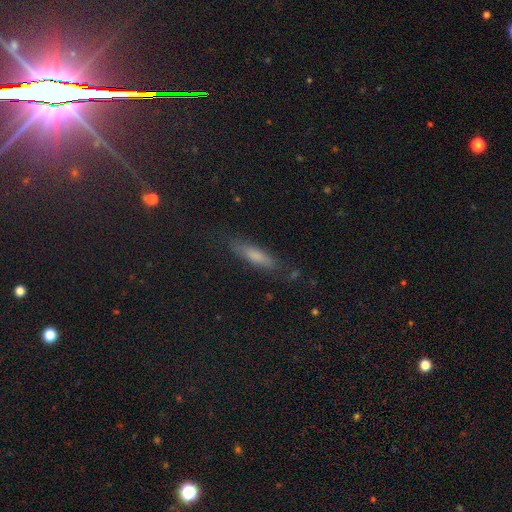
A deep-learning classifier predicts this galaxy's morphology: smooth_or_featured: smooth (p=0.69) [alt: featured or disk p=0.21]
how_rounded: cigar-shaped (p=0.72) [alt: in between p=0.26]
merging: none (p=0.78) [alt: minor disturbance p=0.16]